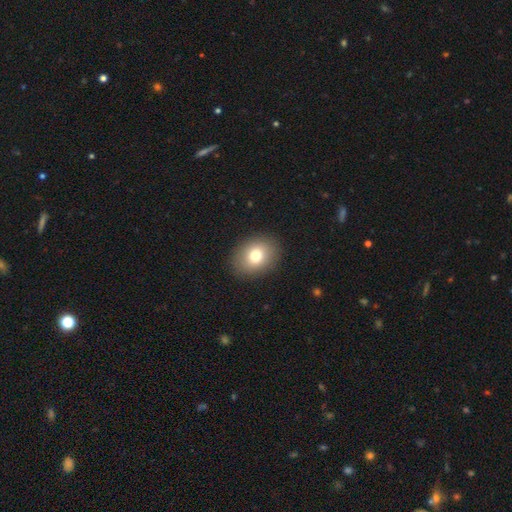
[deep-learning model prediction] smooth 77%, featured or disk 12%, star or artifact 10%. Down the decision tree: how rounded — in between (55%); merging — none (89%).